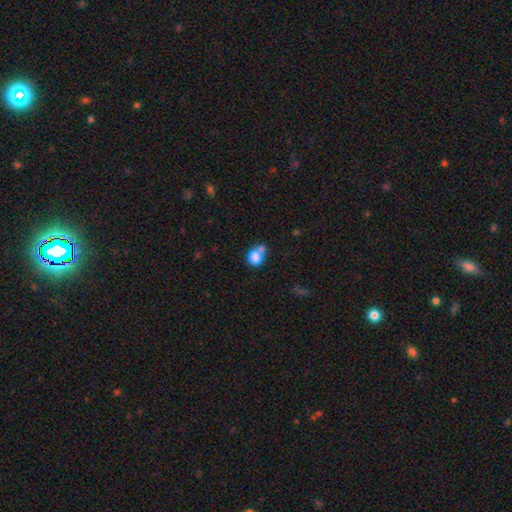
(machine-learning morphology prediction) smooth-or-featured: smooth: 81% | star or artifact: 10% | featured or disk: 10%
  how-rounded: round: 58% | in between: 41% | cigar-shaped: 1%
  merging: merger: 43% | none: 39% | minor disturbance: 12% | major disturbance: 6%